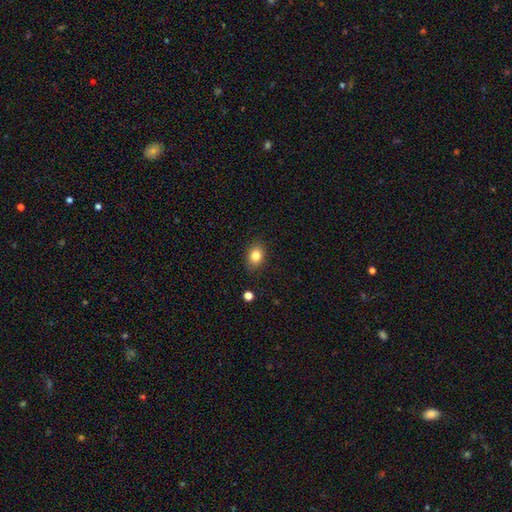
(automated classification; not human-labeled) A smooth galaxy with no disk features (83%) that is in between round and cigar-shaped (65%).

Vote fractions:
- Smooth or featured? smooth: 83% / star or artifact: 10% / featured or disk: 7%
- How rounded? in between: 65% / round: 34% / cigar-shaped: 1%
- Merging? none: 86% / minor disturbance: 10% / major disturbance: 3% / merger: 1%